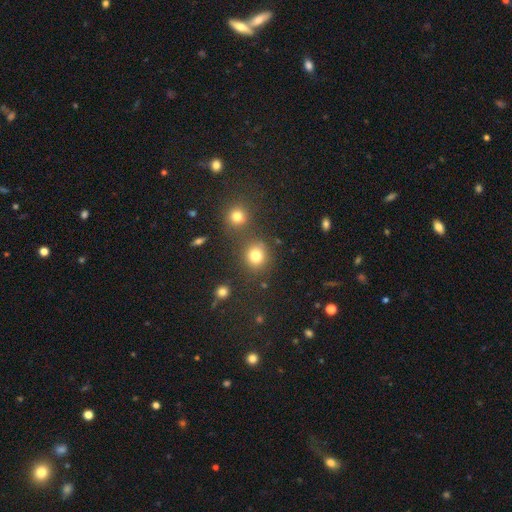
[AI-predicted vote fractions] Smooth or featured?
  - smooth: 79% *
  - star or artifact: 15%
  - featured or disk: 6%
How rounded?
  - round: 84% *
  - in between: 15%
  - cigar-shaped: 1%
Merging?
  - none: 73% *
  - merger: 14%
  - minor disturbance: 9%
  - major disturbance: 4%